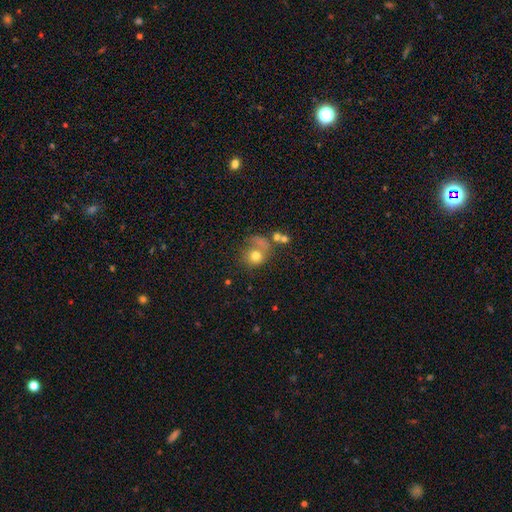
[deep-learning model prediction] smooth_or_featured: smooth (p=0.68) [alt: featured or disk p=0.20]
how_rounded: round (p=0.74) [alt: in between p=0.25]
merging: none (p=0.33) [alt: major disturbance p=0.26]